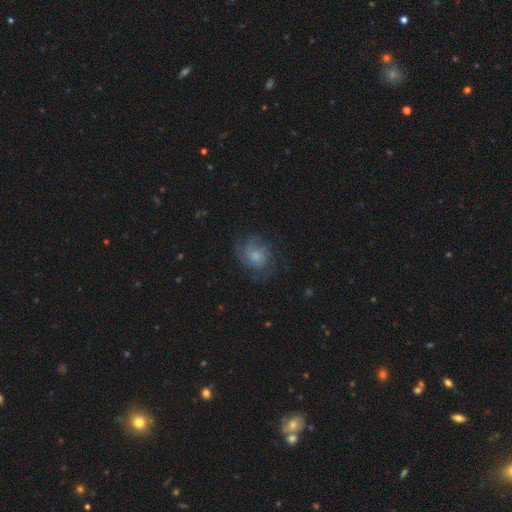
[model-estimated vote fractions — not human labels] Smooth or featured: featured or disk — 49% (smooth — 41%)
Merging: none — 64% (minor disturbance — 21%)